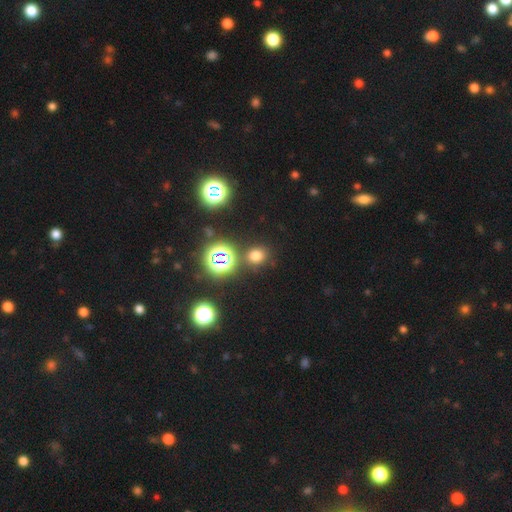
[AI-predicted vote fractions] Smooth or featured: smooth — 64% (star or artifact — 29%)
How rounded: round — 75% (in between — 24%)
Merging: none — 83% (minor disturbance — 8%)